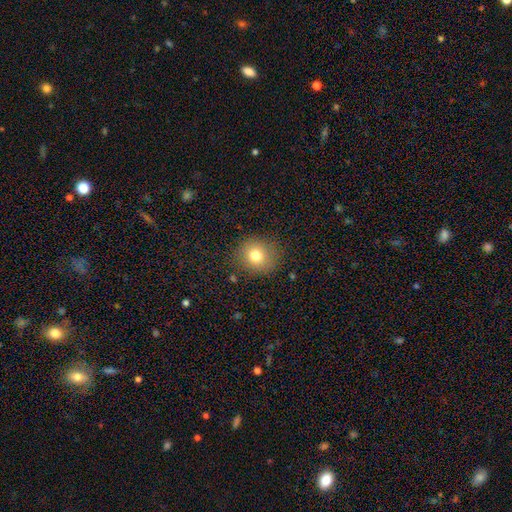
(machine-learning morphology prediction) type=smooth (77%); roundness=round (82%); merging=none (85%).